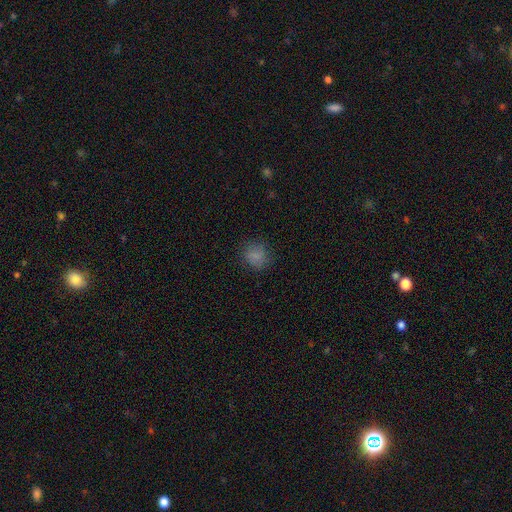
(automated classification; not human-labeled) Smooth or featured? smooth (78%)
How rounded? round (76%)
Merging? none (78%)